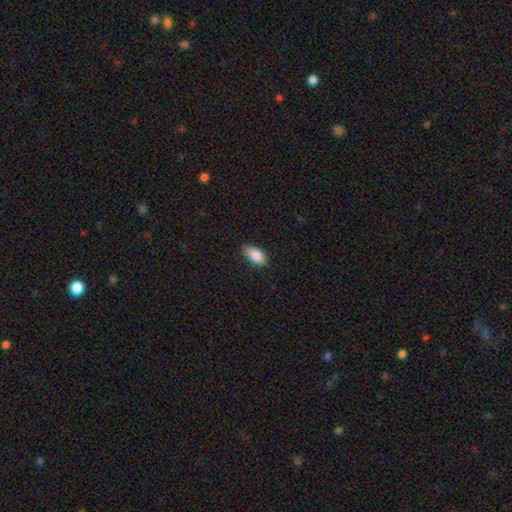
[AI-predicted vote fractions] smooth_or_featured: smooth (p=0.87) [alt: star or artifact p=0.07]
how_rounded: in between (p=0.92) [alt: cigar-shaped p=0.04]
merging: none (p=0.79) [alt: minor disturbance p=0.18]